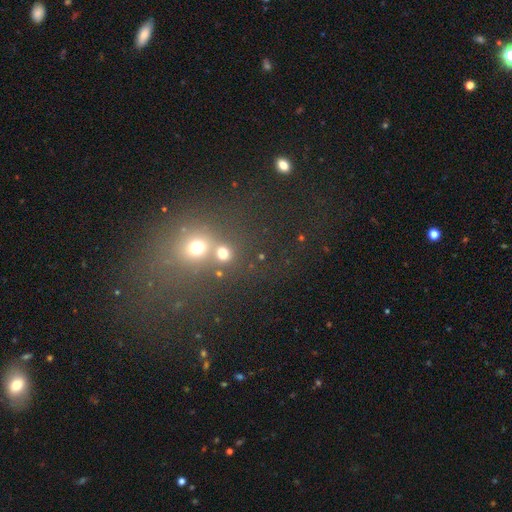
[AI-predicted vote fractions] This appears to be a star or artifact, not a galaxy (44%).